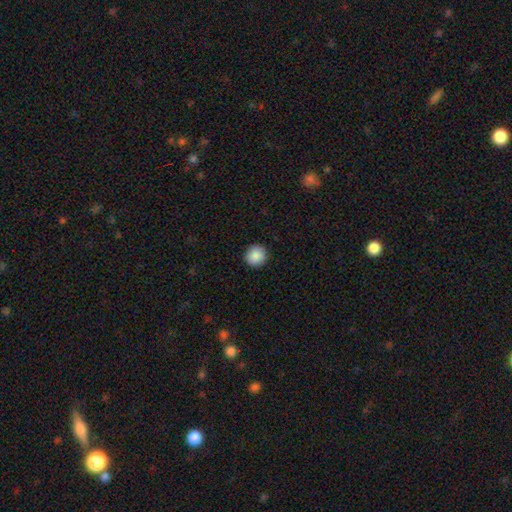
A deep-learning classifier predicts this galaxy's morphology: This is clearly a smooth galaxy (89%). How rounded: clearly round (94%). Merging: clearly none (92%).